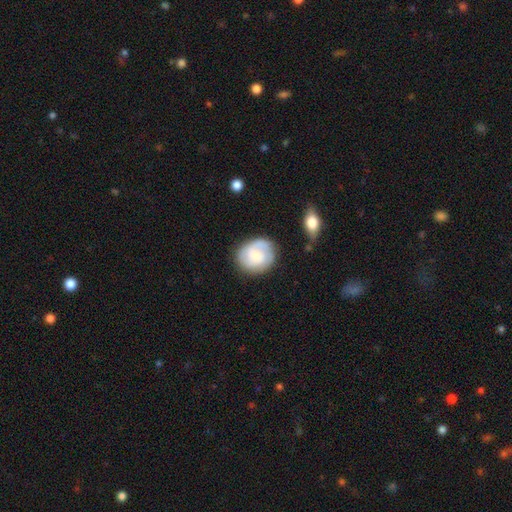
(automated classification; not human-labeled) Q: Smooth or featured?
A: featured or disk (55%); runner-up: smooth (39%)
Q: Edge-on disk?
A: no (97%); runner-up: yes (3%)
Q: Bar?
A: no (66%); runner-up: weak (29%)
Q: Spiral arms?
A: yes (84%); runner-up: no (16%)
Q: Bulge size?
A: small (53%); runner-up: moderate (40%)
Q: Merging?
A: none (73%); runner-up: minor disturbance (18%)